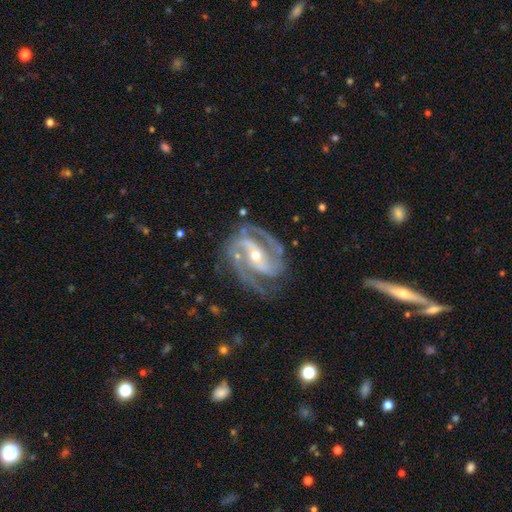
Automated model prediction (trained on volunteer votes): The model was most divided on "bulge size": small: 49%, moderate: 48%, large: 2%, none: 1%, dominant: 1%. More confident: spiral arms — yes (98%); edge-on disk — no (97%); smooth or featured — featured or disk (93%); merging — none (75%); spiral arm count — 2 (74%); spiral winding — medium (56%); bar — strong (50%).